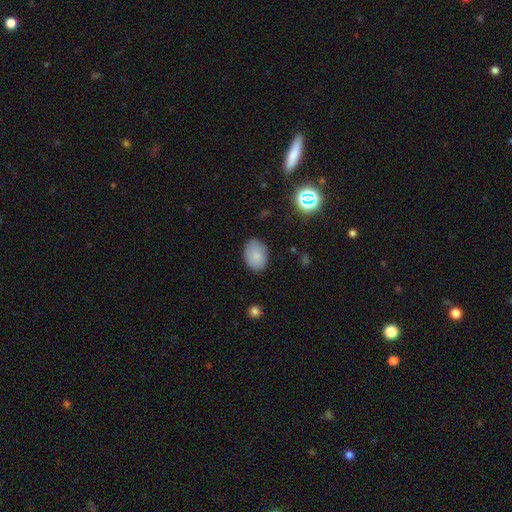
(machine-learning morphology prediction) type=smooth (83%); roundness=in between (74%); merging=none (78%).